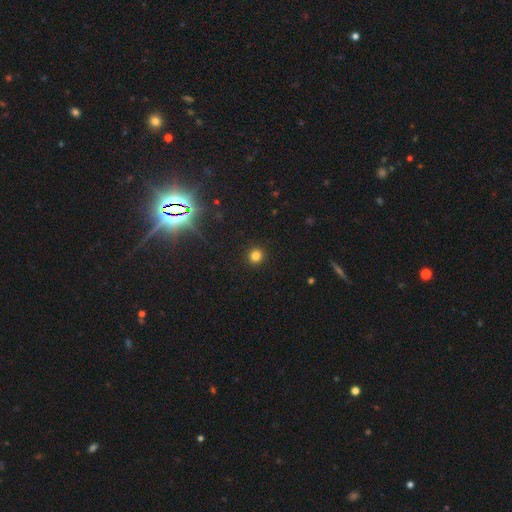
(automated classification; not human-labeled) Q: Smooth or featured?
A: smooth (80%); runner-up: star or artifact (15%)
Q: How rounded?
A: round (93%); runner-up: in between (6%)
Q: Merging?
A: none (93%); runner-up: minor disturbance (4%)